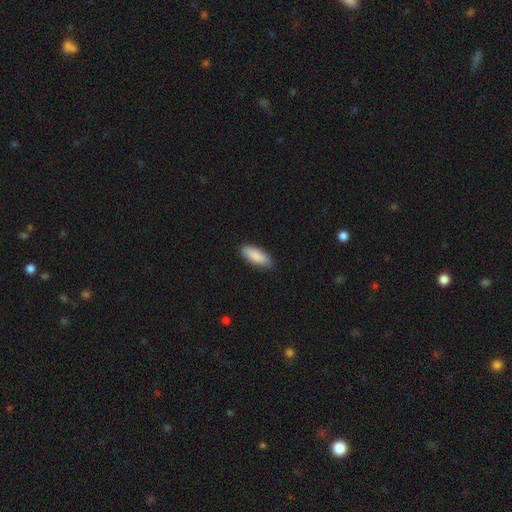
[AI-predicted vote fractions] This appears to be a smooth galaxy with no disk features (88%) that is in between round and cigar-shaped (74%). Merging: none (85%).